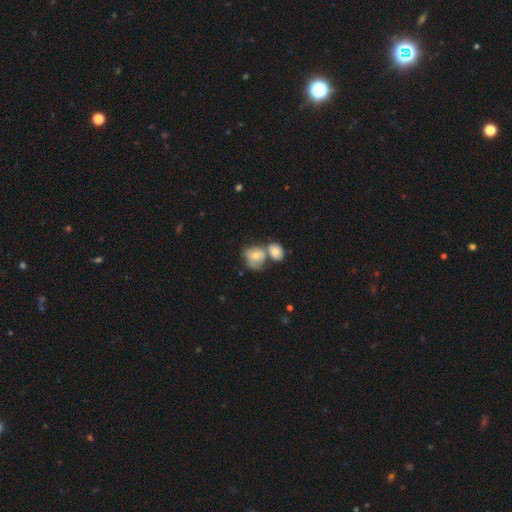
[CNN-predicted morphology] The model was most divided on "how rounded": round: 60%, in between: 39%, cigar-shaped: 1%. More confident: smooth or featured — smooth (61%); merging — merger (51%).